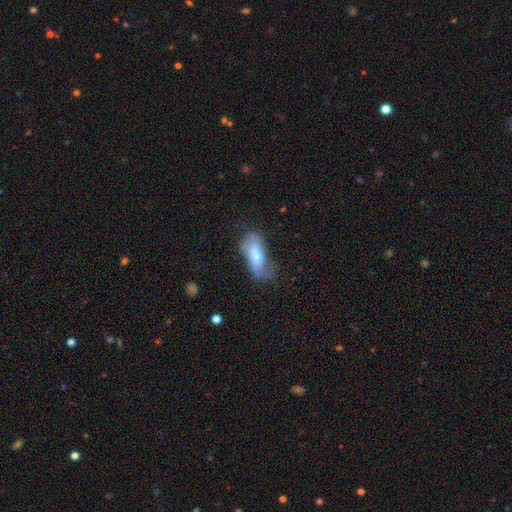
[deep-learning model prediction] A smooth galaxy with no disk features (56%) that is in between round and cigar-shaped (77%).

Vote fractions:
- Smooth or featured? smooth: 56% / featured or disk: 36% / star or artifact: 8%
- How rounded? in between: 77% / cigar-shaped: 20% / round: 3%
- Merging? none: 45% / minor disturbance: 32% / major disturbance: 20% / merger: 3%